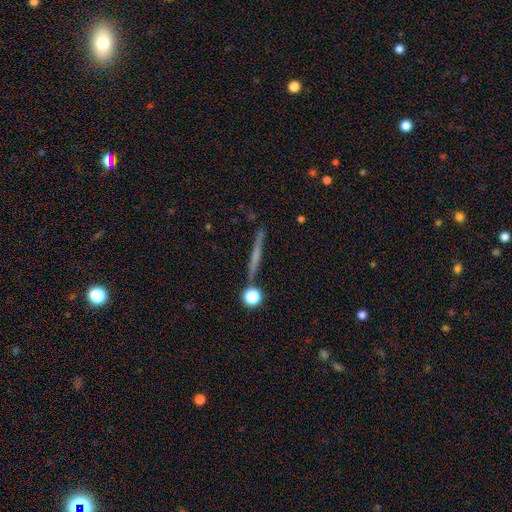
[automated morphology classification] Q: Smooth or featured?
A: featured or disk (52%); runner-up: smooth (38%)
Q: Edge-on disk?
A: yes (96%); runner-up: no (4%)
Q: Edge-on bulge?
A: none (71%); runner-up: rounded (22%)
Q: Merging?
A: none (86%); runner-up: minor disturbance (8%)